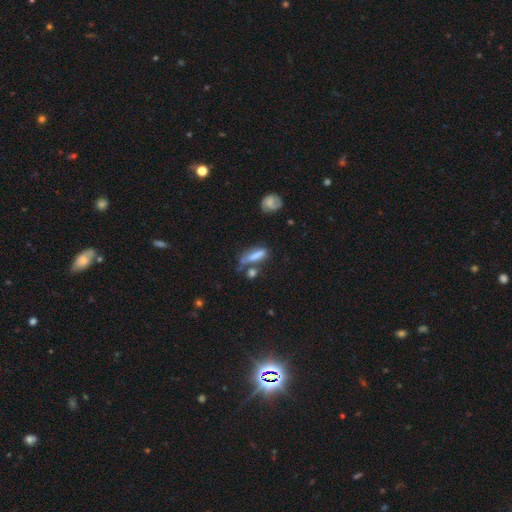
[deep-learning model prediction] Smooth or featured? smooth (66%)
How rounded? cigar-shaped (68%)
Merging? none (46%)